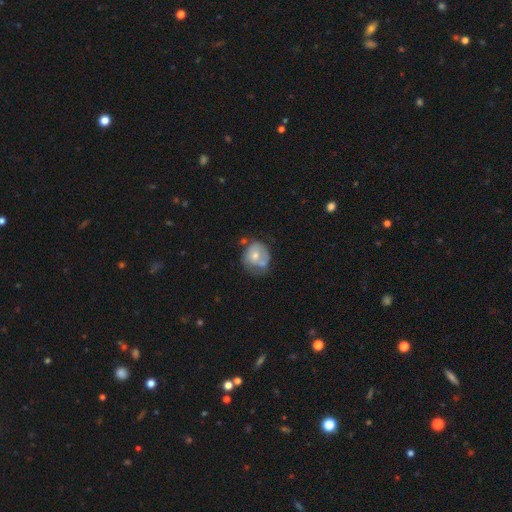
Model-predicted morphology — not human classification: The model was most divided on "merging": none: 35%, minor disturbance: 27%, merger: 24%, major disturbance: 14%. More confident: how rounded — round (70%); smooth or featured — smooth (53%).